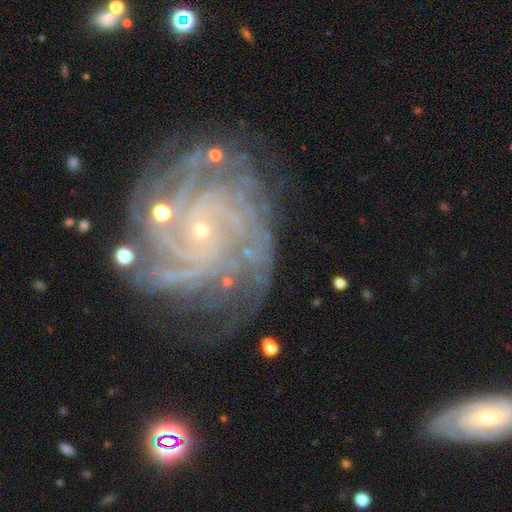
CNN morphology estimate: This is clearly a featured or disk galaxy (89%). It is clearly not viewed edge-on (98%). Bar: likely no (73%). Spiral arm pattern: clearly yes (98%). Spiral arm count: marginally more than 4 (26%, tied with 4). Spiral winding: likely tight (73%). Central bulge: clearly small (86%). Merging: likely none (70%).